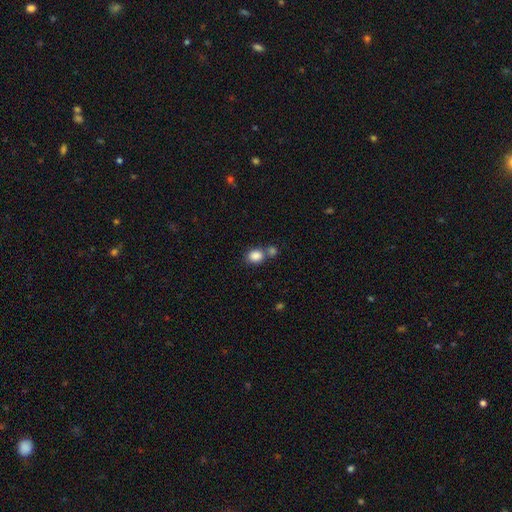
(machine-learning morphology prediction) This is clearly a smooth galaxy (86%). How rounded: possibly in between (54%). Merging: possibly none (49%).